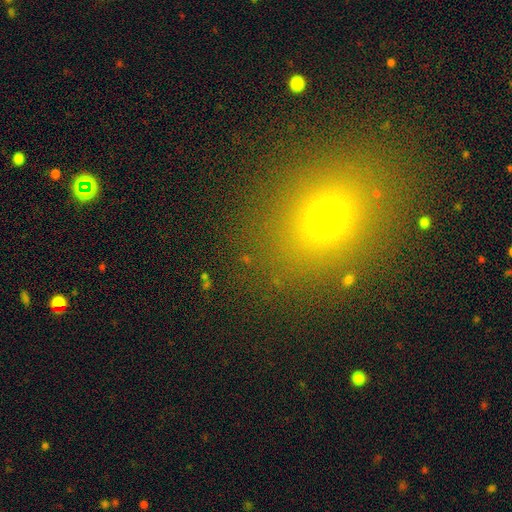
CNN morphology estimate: smooth_or_featured: smooth (p=0.62) [alt: star or artifact p=0.28]
how_rounded: round (p=0.51) [alt: in between p=0.48]
merging: none (p=0.88) [alt: minor disturbance p=0.07]